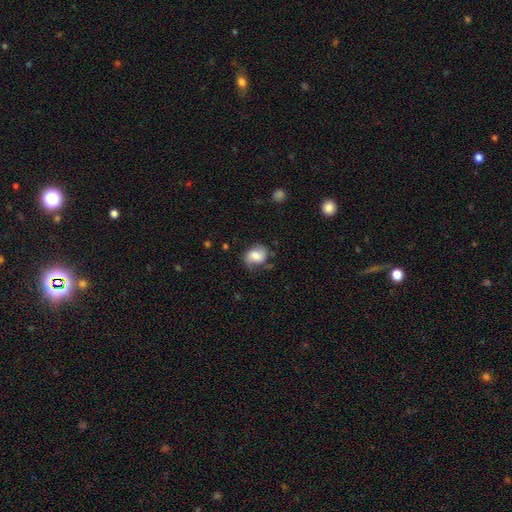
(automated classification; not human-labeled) The model was most divided on "how rounded": in between: 55%, round: 44%, cigar-shaped: 1%. More confident: merging — none (57%); smooth or featured — smooth (56%).